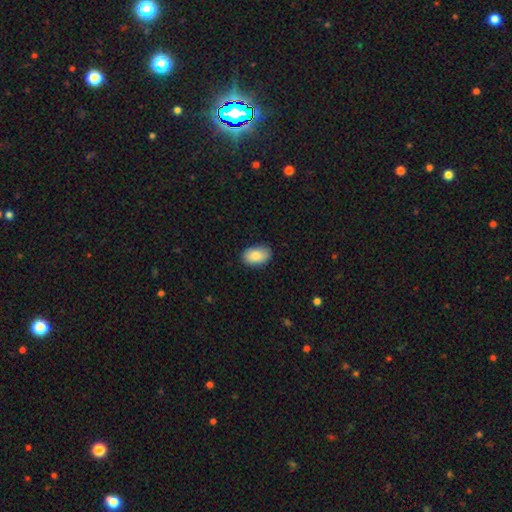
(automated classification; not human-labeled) smooth 87%, star or artifact 6%, featured or disk 6%. Down the decision tree: how rounded — in between (92%); merging — none (86%).